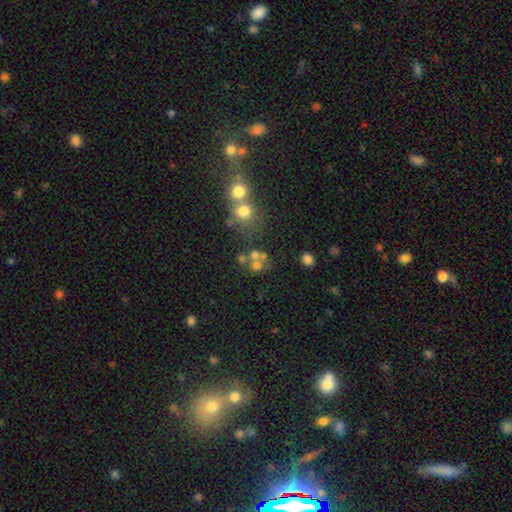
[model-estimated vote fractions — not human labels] smooth 60%, star or artifact 20%, featured or disk 20%. Down the decision tree: how rounded — round (79%); merging — none (43%).